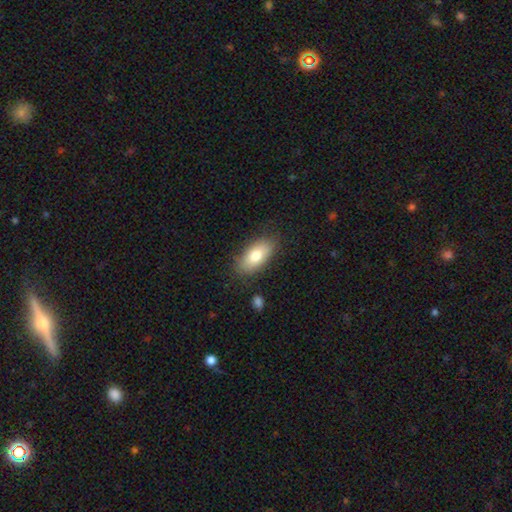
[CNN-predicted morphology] This appears to be a smooth galaxy with no disk features (77%) that is in between round and cigar-shaped (89%). Merging: none (82%).